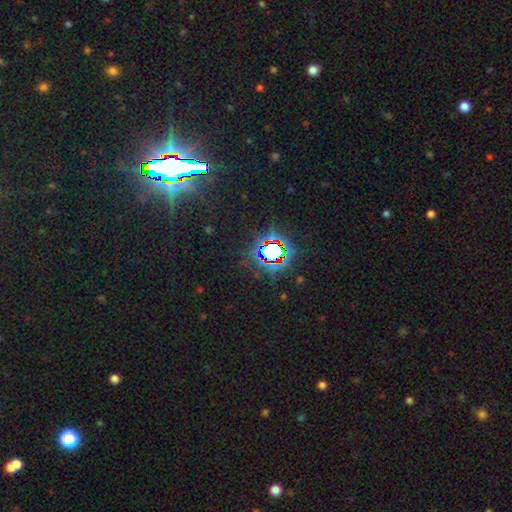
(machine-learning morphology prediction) smooth_or_featured: star or artifact (p=0.84) [alt: smooth p=0.09]